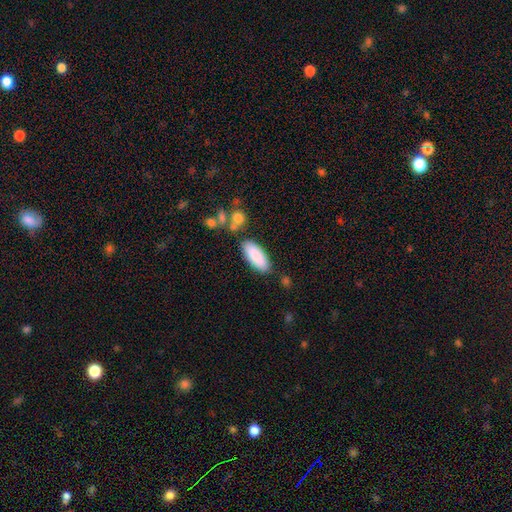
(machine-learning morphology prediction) smooth-or-featured: smooth: 88% | featured or disk: 6% | star or artifact: 6%
  how-rounded: in between: 80% | cigar-shaped: 18% | round: 2%
  merging: none: 81% | minor disturbance: 12% | merger: 5% | major disturbance: 3%